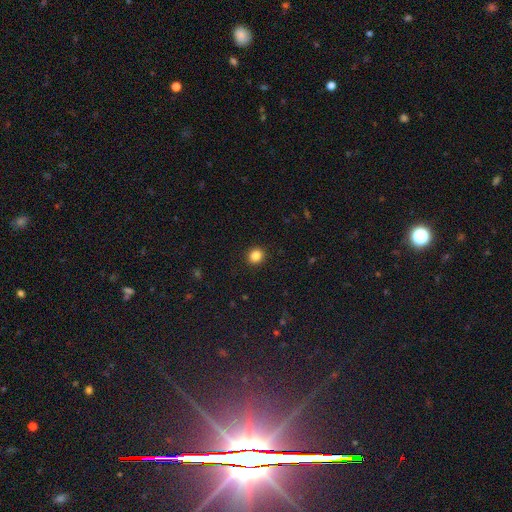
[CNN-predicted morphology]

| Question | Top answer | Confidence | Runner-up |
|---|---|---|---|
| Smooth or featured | smooth | 86% | star or artifact (11%) |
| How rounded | round | 83% | in between (16%) |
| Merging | none | 92% | minor disturbance (5%) |